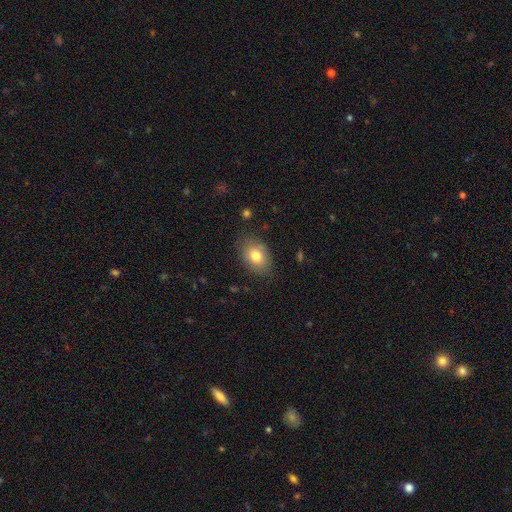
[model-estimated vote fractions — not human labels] A smooth galaxy with no disk features (79%) that is in between round and cigar-shaped (77%).

Vote fractions:
- Smooth or featured? smooth: 79% / featured or disk: 12% / star or artifact: 9%
- How rounded? in between: 77% / round: 22% / cigar-shaped: 1%
- Merging? none: 80% / minor disturbance: 15% / major disturbance: 4% / merger: 1%